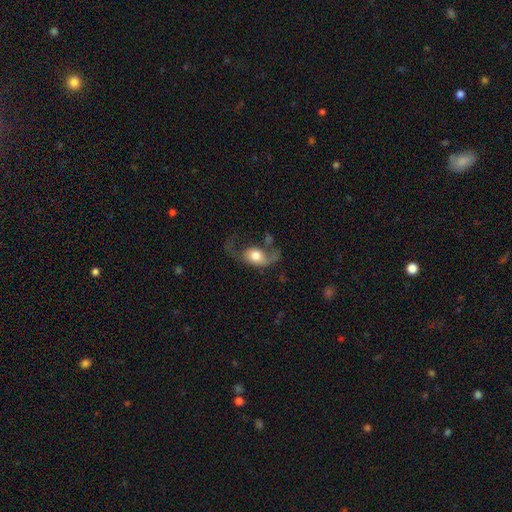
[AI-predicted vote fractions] A smooth galaxy with no disk features (49%). Merging: major disturbance (51%).